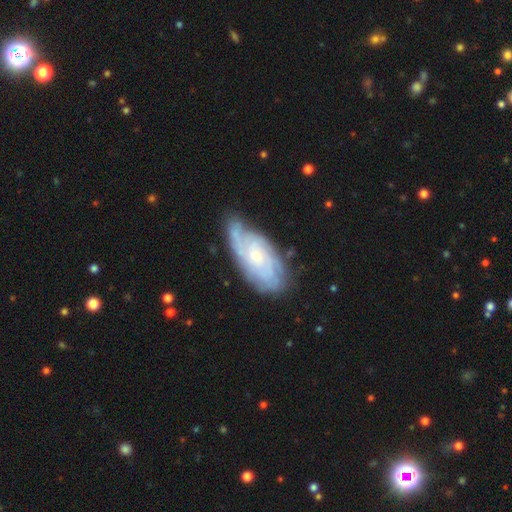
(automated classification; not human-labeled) Smooth or featured? featured or disk (76%)
Edge-on disk? no (92%)
Bar? no (72%)
Spiral arms? yes (92%)
Spiral winding? tight (64%)
Spiral arm count? can't tell (48%)
Bulge size? small (71%)
Merging? none (66%)